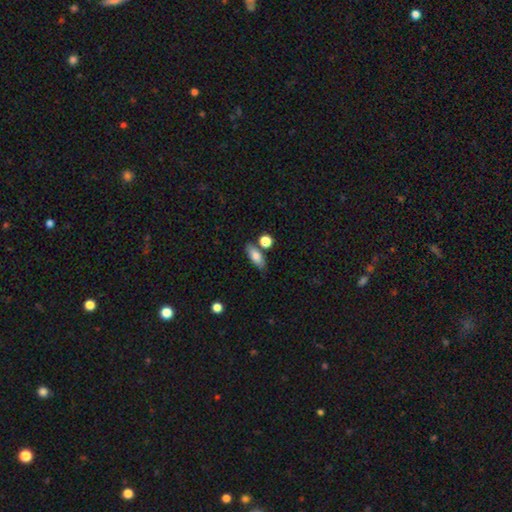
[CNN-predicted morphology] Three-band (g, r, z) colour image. It shows a smooth galaxy with no disk features (79%) that is in between round and cigar-shaped (80%). Merging: none (72%).